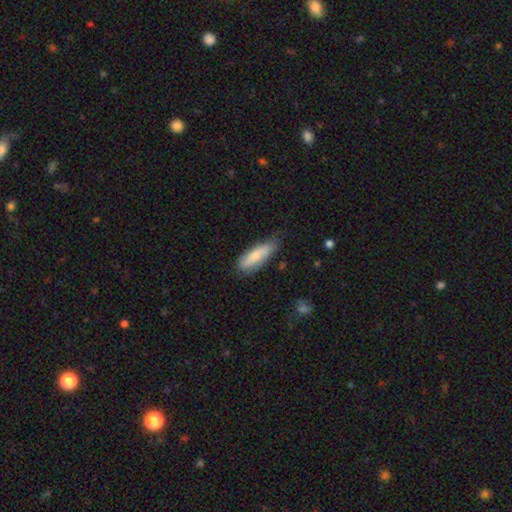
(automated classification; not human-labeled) The model was most divided on "how rounded": in between: 57%, cigar-shaped: 41%, round: 2%. More confident: smooth or featured — smooth (72%); merging — none (63%).